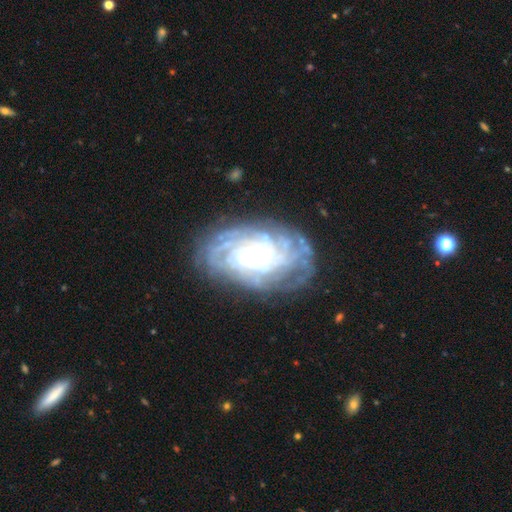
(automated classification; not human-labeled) A featured or disk galaxy (86%) with no bar (75%), tight (81%) spiral arms (96%) and a small central bulge (80%).

Vote fractions:
- Smooth or featured? featured or disk: 86% / smooth: 7% / star or artifact: 6%
- Edge-on disk? no: 96% / yes: 4%
- Bar? no: 75% / weak: 18% / strong: 6%
- Spiral arms? yes: 96% / no: 4%
- Spiral winding? tight: 81% / medium: 15% / loose: 3%
- Spiral arm count? can't tell: 31% / more than 4: 26% / 4: 18% / 3: 10% / 2: 8% / 1: 6%
- Bulge size? small: 80% / moderate: 14% / none: 2% / large: 2% / dominant: 1%
- Merging? none: 75% / minor disturbance: 16% / major disturbance: 7% / merger: 2%